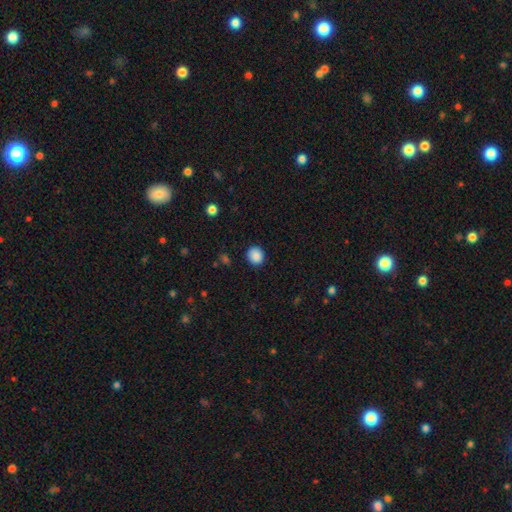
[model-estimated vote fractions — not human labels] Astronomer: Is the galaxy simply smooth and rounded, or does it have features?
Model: smooth — 87%.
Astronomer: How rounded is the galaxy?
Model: round — 88%.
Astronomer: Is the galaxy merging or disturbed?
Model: none — 88%.